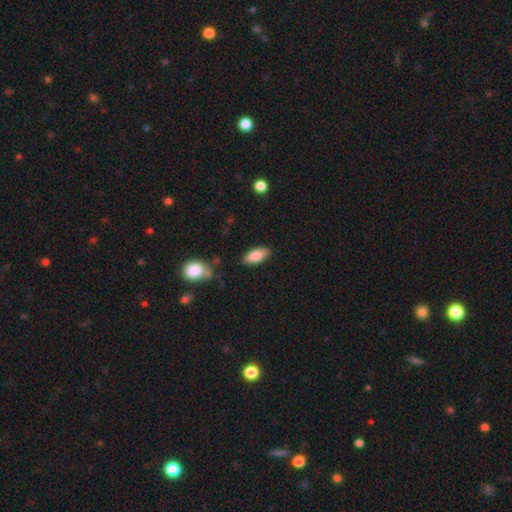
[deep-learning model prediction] Morphology: type=smooth (86%); roundness=in between (88%); merging=none (82%).